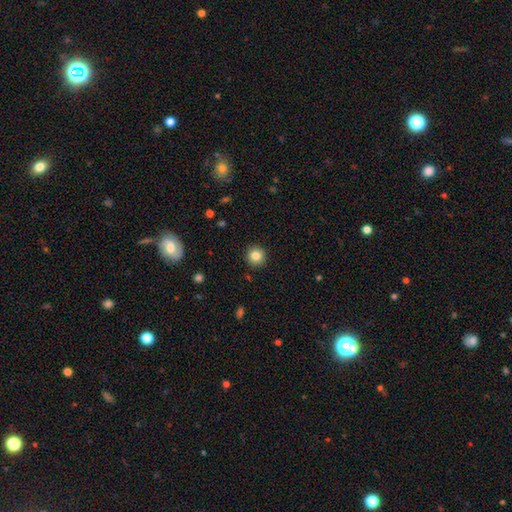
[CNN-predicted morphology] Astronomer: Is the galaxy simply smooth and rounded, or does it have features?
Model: smooth — 84%.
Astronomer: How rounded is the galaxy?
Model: round — 94%.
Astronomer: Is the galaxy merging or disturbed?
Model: none — 92%.